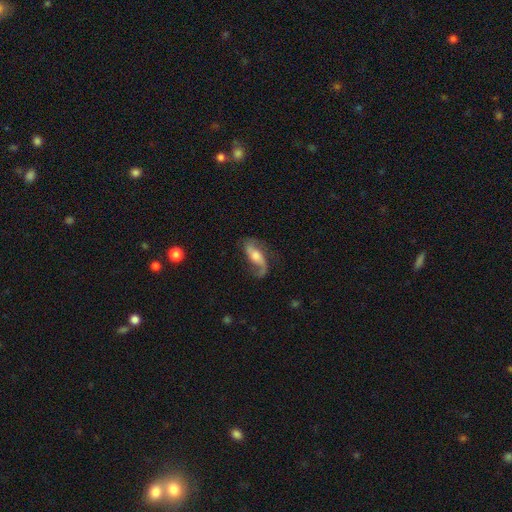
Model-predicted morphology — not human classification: featured or disk 73%, smooth 21%, star or artifact 6%. Down the decision tree: edge-on disk — no (89%); bar — no (42%); spiral arms — yes (92%); spiral arm count — 2 (79%); spiral winding — loose (61%); bulge size — moderate (52%); merging — none (61%).